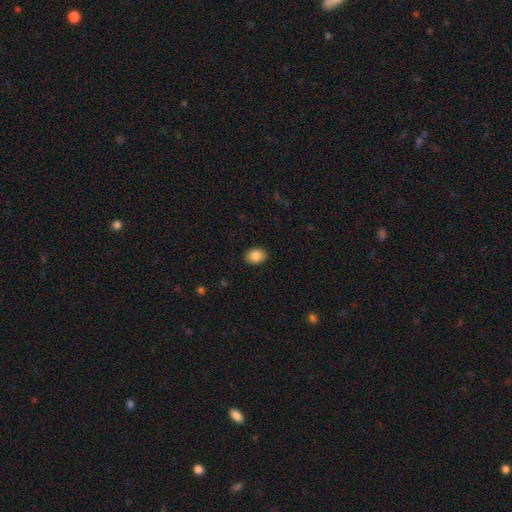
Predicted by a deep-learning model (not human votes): This appears to be a smooth galaxy with no disk features (87%) that is in between round and cigar-shaped (67%). Merging: none (89%).